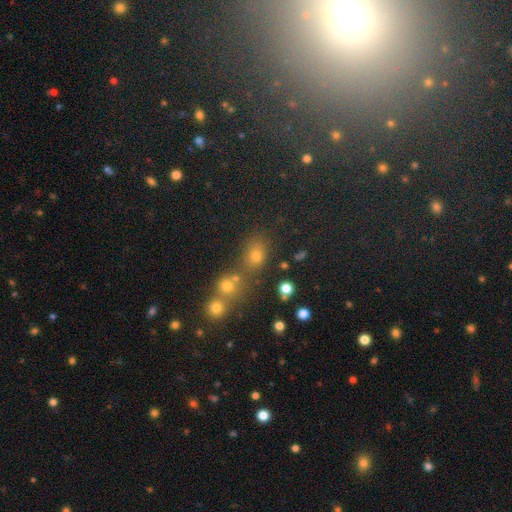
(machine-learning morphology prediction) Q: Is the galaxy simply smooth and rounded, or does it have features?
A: smooth — 50%.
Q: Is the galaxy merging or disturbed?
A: none — 54%.